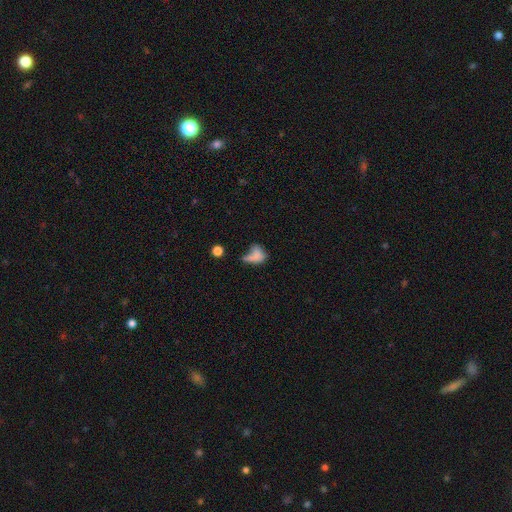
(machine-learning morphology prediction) This is likely a smooth galaxy (66%). How rounded: likely in between (71%). Merging: marginally major disturbance (35%).